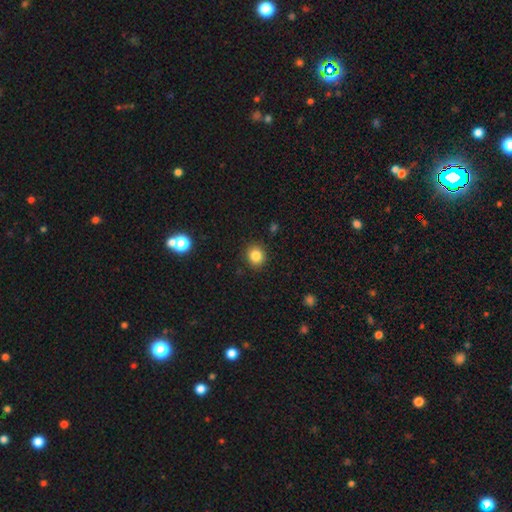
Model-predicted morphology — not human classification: smooth_or_featured: smooth (p=0.84) [alt: star or artifact p=0.11]
how_rounded: round (p=0.83) [alt: in between p=0.16]
merging: none (p=0.90) [alt: minor disturbance p=0.07]